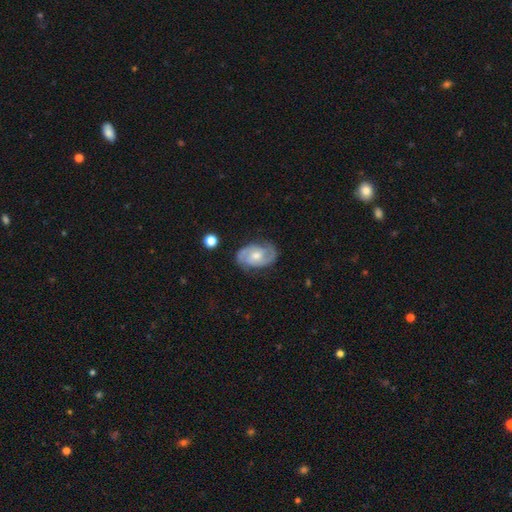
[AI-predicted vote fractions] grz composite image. It shows a featured or disk galaxy (84%) with no bar (47%), 2 (85%) medium (48%) spiral arms (95%) and a moderate central bulge (61%). Merging: none (78%).